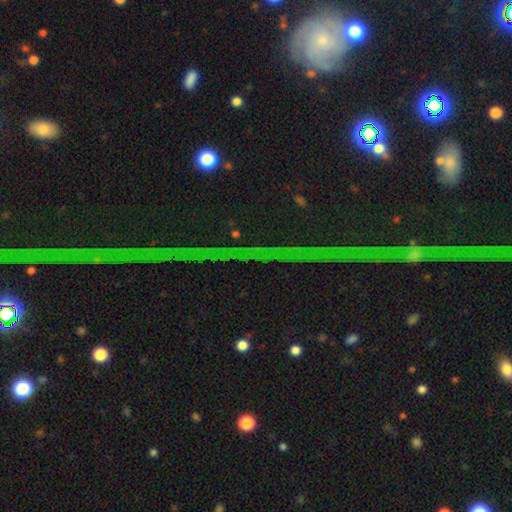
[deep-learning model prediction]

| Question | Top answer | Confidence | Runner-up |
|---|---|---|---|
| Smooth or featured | star or artifact | 76% | featured or disk (14%) |